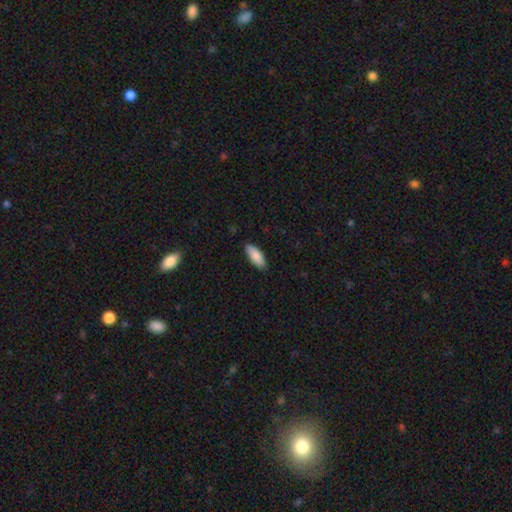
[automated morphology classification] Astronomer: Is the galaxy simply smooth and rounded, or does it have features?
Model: smooth — 87%.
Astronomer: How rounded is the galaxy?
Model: in between — 78%.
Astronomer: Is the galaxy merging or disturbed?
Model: none — 86%.